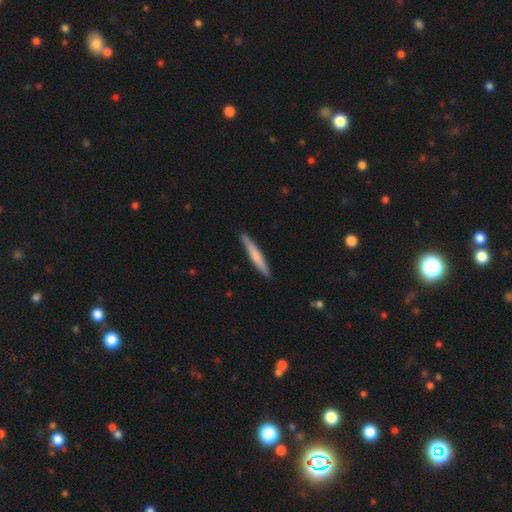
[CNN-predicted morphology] smooth_or_featured: smooth (p=0.61) [alt: featured or disk p=0.34]
how_rounded: cigar-shaped (p=0.95) [alt: in between p=0.04]
merging: none (p=0.90) [alt: minor disturbance p=0.07]